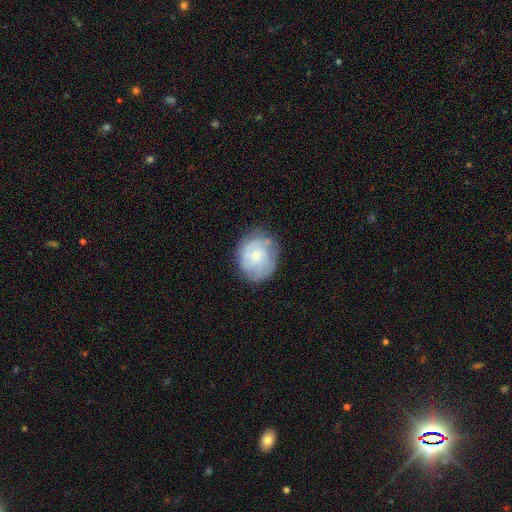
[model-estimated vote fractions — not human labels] The model was most divided on "bulge size": small: 55%, moderate: 38%, none: 4%, large: 2%, dominant: 1%. More confident: edge-on disk — no (98%); spiral arms — yes (82%); bar — no (74%); merging — none (73%); smooth or featured — featured or disk (55%).